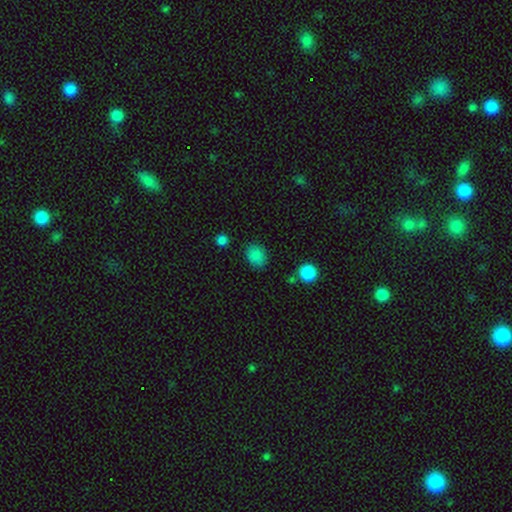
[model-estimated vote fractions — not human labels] smooth 85%, star or artifact 11%, featured or disk 4%. Down the decision tree: how rounded — round (53%); merging — none (82%).